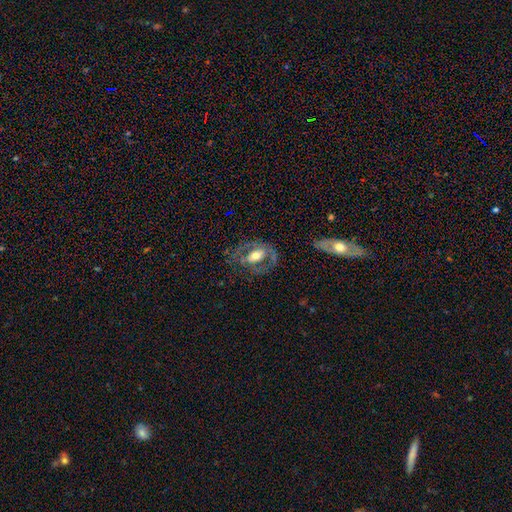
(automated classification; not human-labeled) Q: Smooth or featured?
A: featured or disk (63%); runner-up: smooth (30%)
Q: Edge-on disk?
A: no (91%); runner-up: yes (9%)
Q: Bar?
A: no (46%); runner-up: weak (29%)
Q: Spiral arms?
A: no (54%); runner-up: yes (46%)
Q: Bulge size?
A: moderate (65%); runner-up: large (20%)
Q: Merging?
A: none (61%); runner-up: minor disturbance (19%)